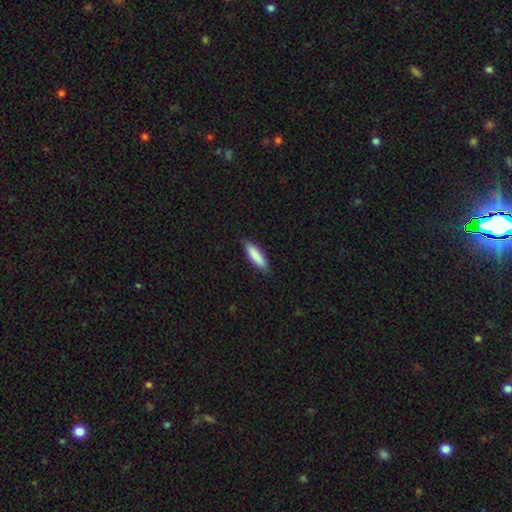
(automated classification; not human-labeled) Smooth or featured?
  - smooth: 88% *
  - featured or disk: 7%
  - star or artifact: 5%
How rounded?
  - cigar-shaped: 62% *
  - in between: 37%
  - round: 1%
Merging?
  - none: 87% *
  - minor disturbance: 10%
  - major disturbance: 2%
  - merger: 1%